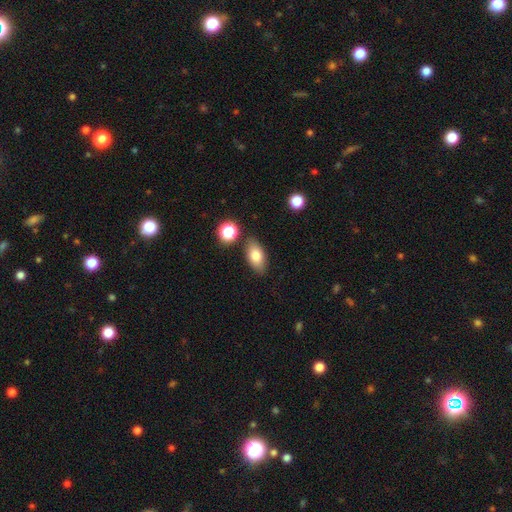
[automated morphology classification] Smooth or featured?
  - smooth: 79% *
  - featured or disk: 12%
  - star or artifact: 8%
How rounded?
  - in between: 89% *
  - round: 6%
  - cigar-shaped: 4%
Merging?
  - none: 82% *
  - minor disturbance: 11%
  - merger: 4%
  - major disturbance: 3%